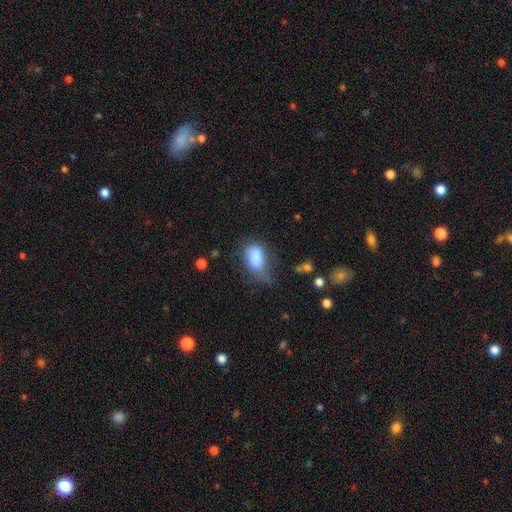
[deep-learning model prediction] A smooth galaxy with no disk features (79%) that is in between round and cigar-shaped (88%).

Vote fractions:
- Smooth or featured? smooth: 79% / featured or disk: 12% / star or artifact: 9%
- How rounded? in between: 88% / round: 10% / cigar-shaped: 2%
- Merging? minor disturbance: 36% / major disturbance: 31% / none: 27% / merger: 5%